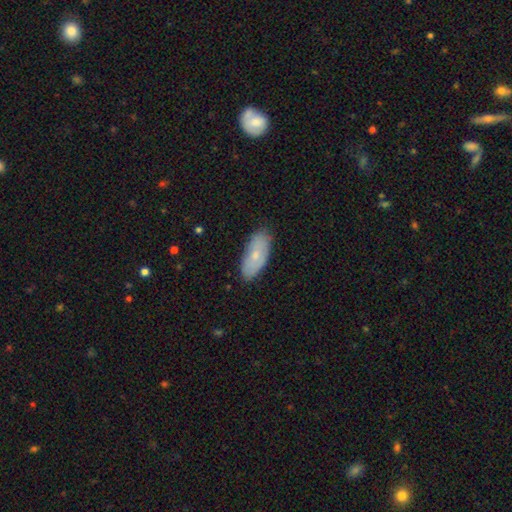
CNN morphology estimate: This appears to be a smooth galaxy with no disk features (67%) that is in between round and cigar-shaped (87%). Merging: none (80%).